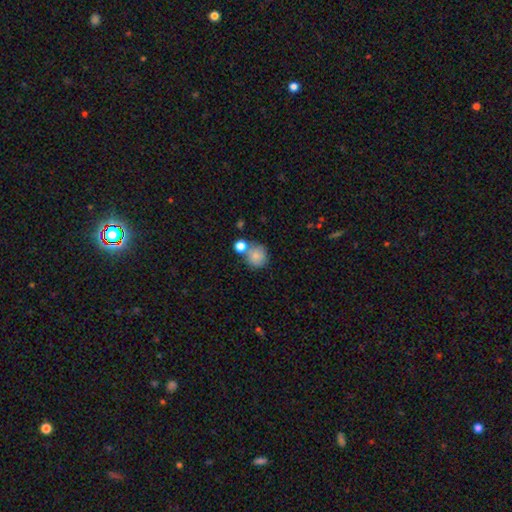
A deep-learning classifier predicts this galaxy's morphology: The model was most divided on "merging": none: 56%, merger: 27%, minor disturbance: 12%, major disturbance: 4%. More confident: how rounded — round (88%); smooth or featured — smooth (82%).